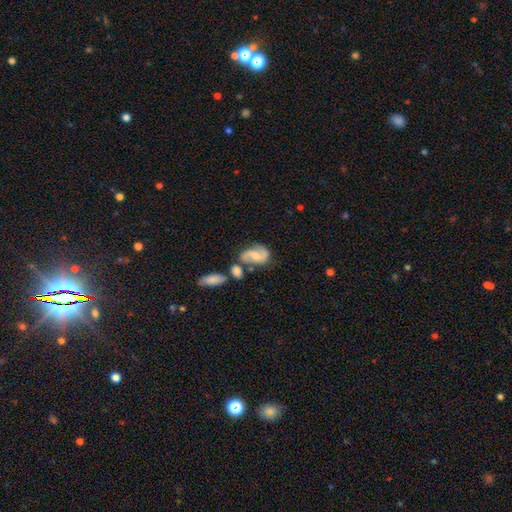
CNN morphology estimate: Overall: featured or disk (67%). Edge-on disk: no (96%). Bar: no (48%; weak 39%). Spiral arms: yes (91%). Spiral arm count: 2 (89%). Spiral winding: loose (45%; medium 40%). Bulge size: moderate (52%; small 35%). Merging: none (53%; merger 20%).